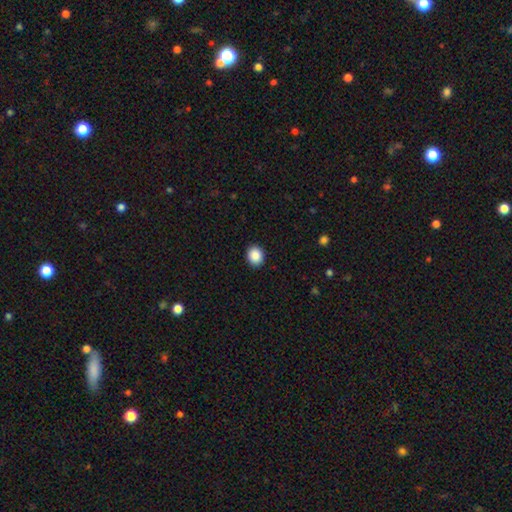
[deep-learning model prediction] Q: Smooth or featured?
A: smooth (89%); runner-up: star or artifact (8%)
Q: How rounded?
A: round (63%); runner-up: in between (36%)
Q: Merging?
A: none (91%); runner-up: minor disturbance (6%)